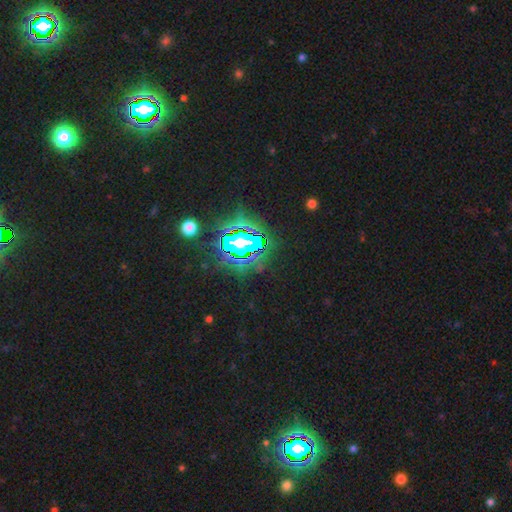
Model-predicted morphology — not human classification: This is clearly a star or artifact rather than a galaxy (85%).